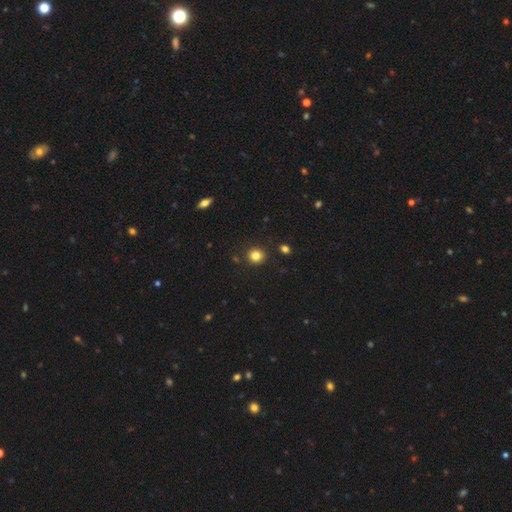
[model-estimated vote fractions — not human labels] smooth-or-featured: smooth: 83% | star or artifact: 12% | featured or disk: 6%
  how-rounded: round: 86% | in between: 14% | cigar-shaped: 1%
  merging: none: 89% | minor disturbance: 7% | merger: 2% | major disturbance: 2%